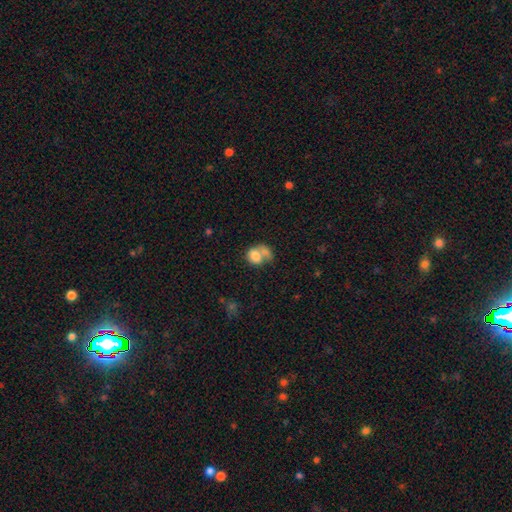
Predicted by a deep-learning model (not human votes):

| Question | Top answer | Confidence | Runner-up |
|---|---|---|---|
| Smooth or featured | smooth | 76% | featured or disk (16%) |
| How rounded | in between | 54% | round (44%) |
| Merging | merger | 55% | none (23%) |